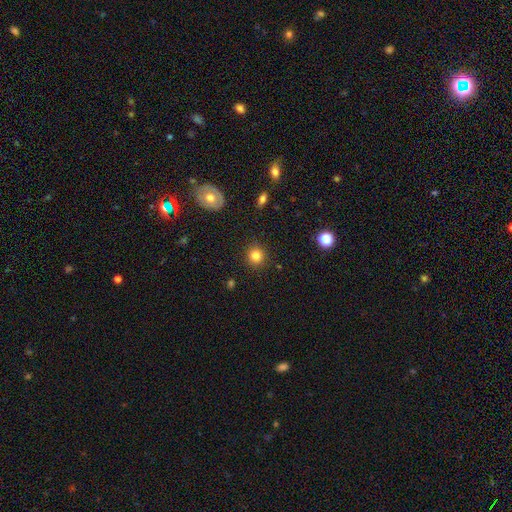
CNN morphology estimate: Smooth or featured: smooth — 82% (star or artifact — 12%)
How rounded: round — 91% (in between — 8%)
Merging: none — 90% (minor disturbance — 7%)